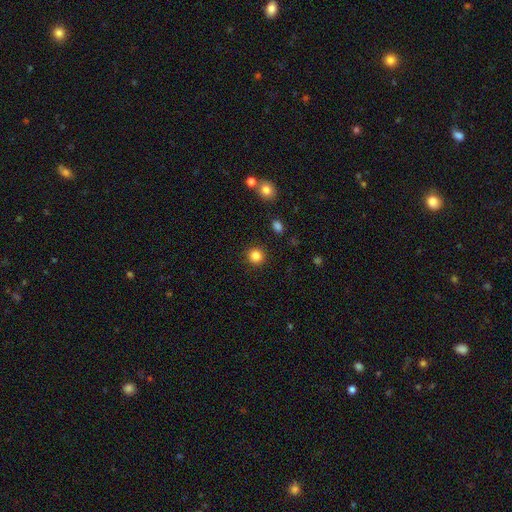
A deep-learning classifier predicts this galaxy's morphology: Q: Smooth or featured?
A: smooth (84%); runner-up: star or artifact (11%)
Q: How rounded?
A: round (93%); runner-up: in between (6%)
Q: Merging?
A: none (91%); runner-up: minor disturbance (5%)